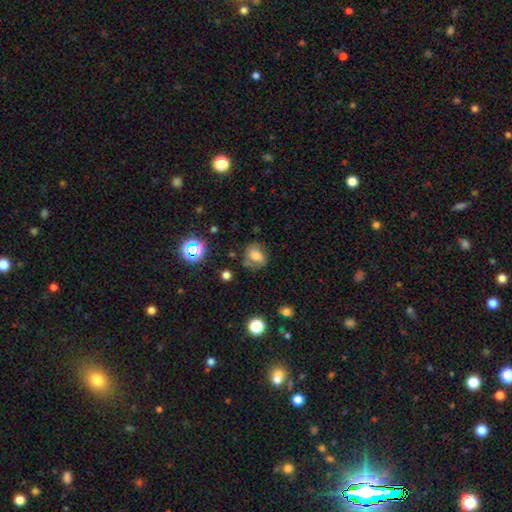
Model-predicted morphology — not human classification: This appears to be a smooth galaxy with no disk features (66%) that is round (50%). Merging: none (62%).